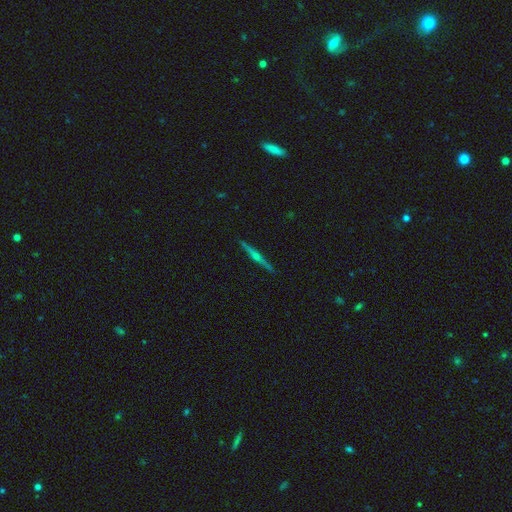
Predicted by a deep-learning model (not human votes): This is likely a featured or disk galaxy (79%). It is clearly viewed edge-on (98%). Edge-on bulge: clearly rounded (84%). Merging: clearly none (92%).